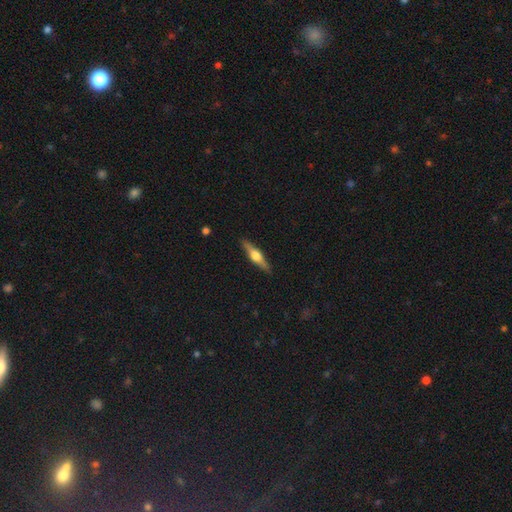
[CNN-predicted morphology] smooth-or-featured: featured or disk: 67% | smooth: 28% | star or artifact: 5%
  disk-edge-on: yes: 97% | no: 3%
    edge-on-bulge: rounded: 93% | boxy: 5% | none: 2%
  merging: none: 90% | minor disturbance: 8% | major disturbance: 2% | merger: 1%